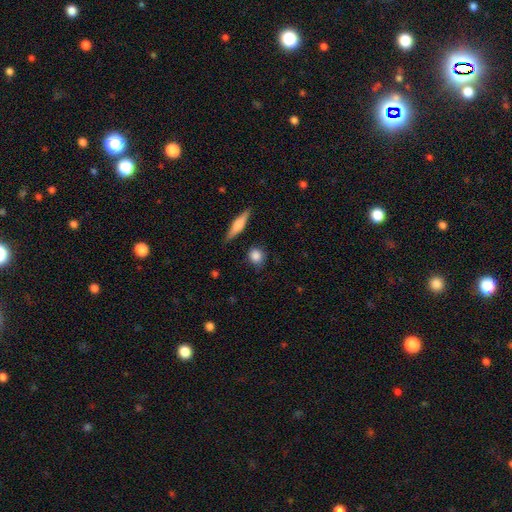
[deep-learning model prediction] Overall: smooth (83%). How rounded: round (74%). Merging: none (80%).